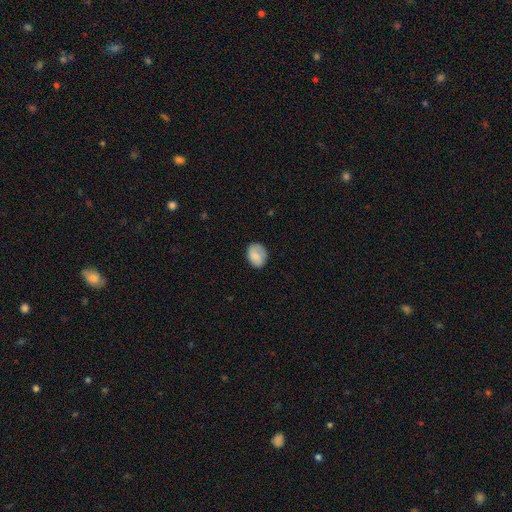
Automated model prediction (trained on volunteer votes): A smooth galaxy with no disk features (74%) that is in between round and cigar-shaped (61%).

Vote fractions:
- Smooth or featured? smooth: 74% / featured or disk: 19% / star or artifact: 7%
- How rounded? in between: 61% / round: 38% / cigar-shaped: 1%
- Merging? none: 75% / minor disturbance: 19% / major disturbance: 5% / merger: 1%